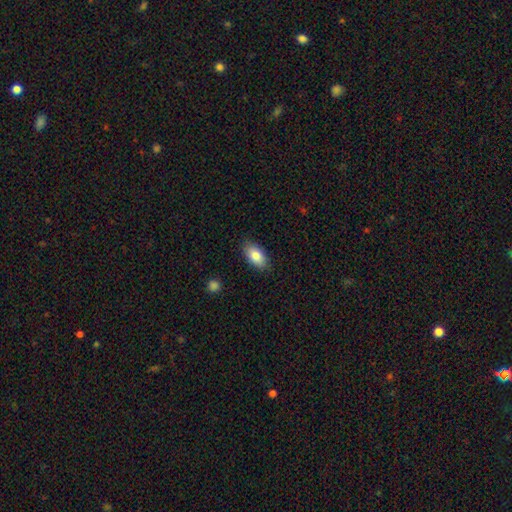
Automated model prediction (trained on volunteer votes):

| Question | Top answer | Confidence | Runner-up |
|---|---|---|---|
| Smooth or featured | smooth | 83% | featured or disk (11%) |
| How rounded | in between | 93% | cigar-shaped (4%) |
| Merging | none | 87% | minor disturbance (10%) |